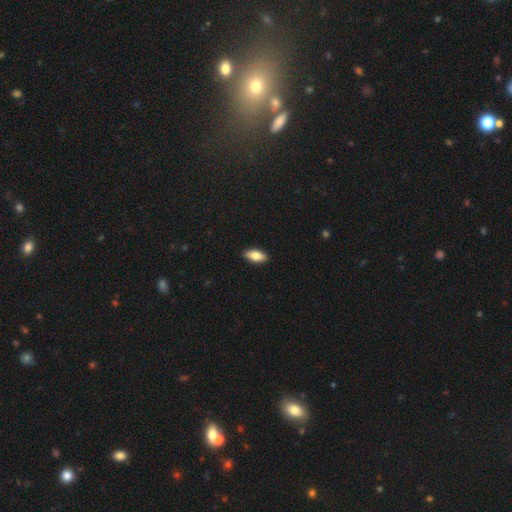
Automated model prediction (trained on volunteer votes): A smooth galaxy with no disk features (78%) that is in between round and cigar-shaped (85%). Merging: none (90%).